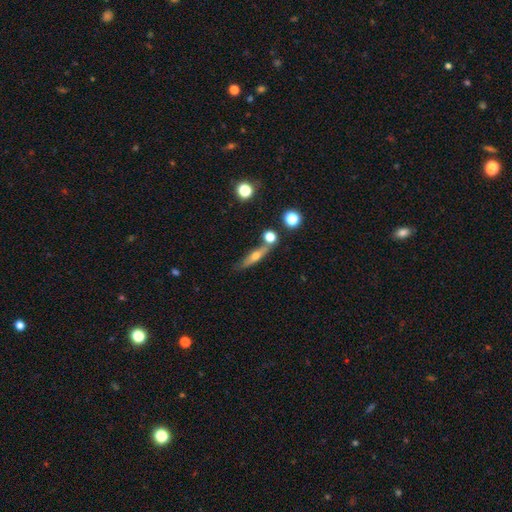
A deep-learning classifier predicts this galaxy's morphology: This appears to be a featured or disk galaxy (47%). Merging: none (67%).